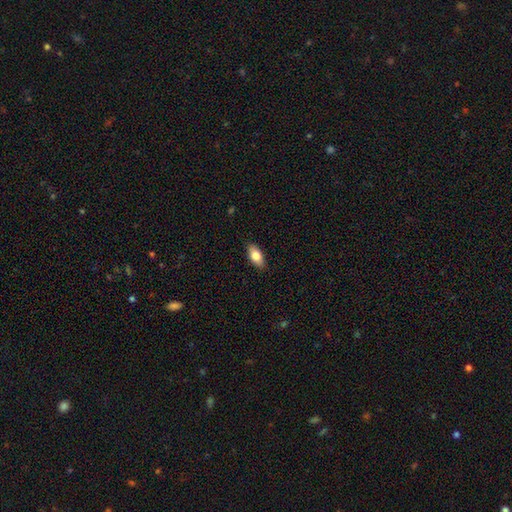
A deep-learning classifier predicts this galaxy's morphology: Smooth or featured?
  - smooth: 78% *
  - featured or disk: 15%
  - star or artifact: 7%
How rounded?
  - in between: 88% *
  - cigar-shaped: 9%
  - round: 3%
Merging?
  - none: 87% *
  - minor disturbance: 10%
  - major disturbance: 2%
  - merger: 1%